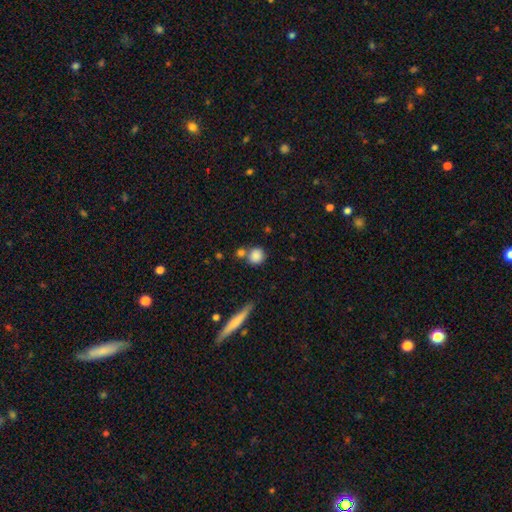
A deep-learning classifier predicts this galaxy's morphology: Overall: smooth (85%). How rounded: round (86%). Merging: none (59%; merger 25%).